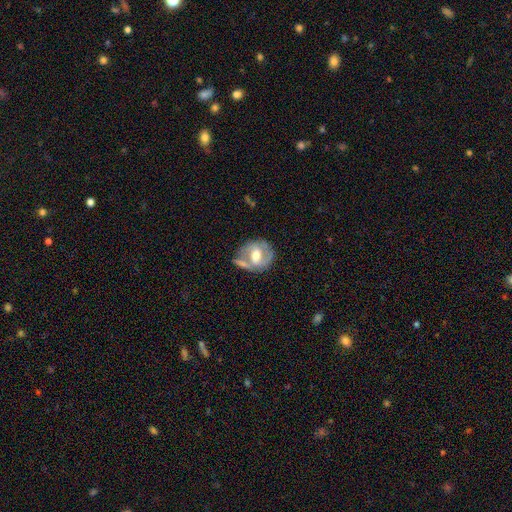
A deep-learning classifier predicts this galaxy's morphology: Overall: featured or disk (65%; smooth 29%). Edge-on disk: no (95%). Bar: weak (45%; no 30%). Spiral arms: yes (64%; no 36%). Bulge size: moderate (69%). Merging: none (46%; merger 22%).